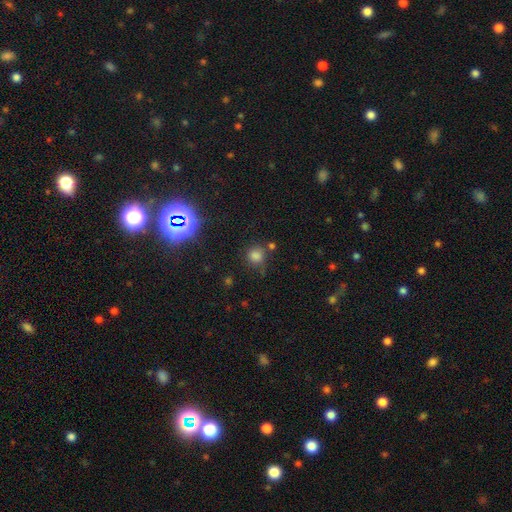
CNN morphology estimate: A smooth galaxy with no disk features (74%) that is round (86%).

Vote fractions:
- Smooth or featured? smooth: 74% / star or artifact: 20% / featured or disk: 6%
- How rounded? round: 86% / in between: 13% / cigar-shaped: 1%
- Merging? none: 67% / minor disturbance: 17% / merger: 9% / major disturbance: 7%